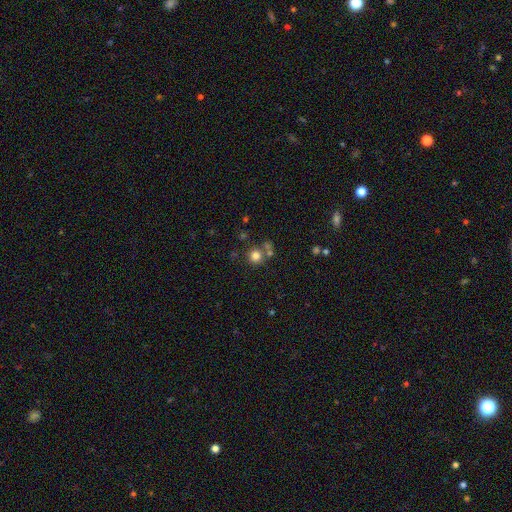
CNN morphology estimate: This appears to be a smooth galaxy with no disk features (77%) that is round (92%). Merging: none (65%).